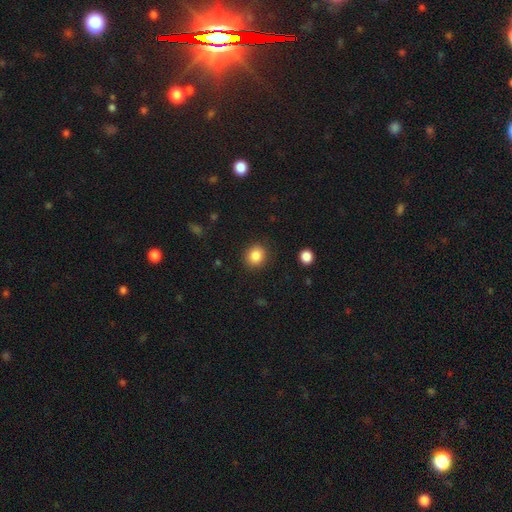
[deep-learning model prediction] Smooth or featured?
  - smooth: 86% *
  - star or artifact: 10%
  - featured or disk: 5%
How rounded?
  - round: 79% *
  - in between: 20%
  - cigar-shaped: 1%
Merging?
  - none: 89% *
  - minor disturbance: 7%
  - major disturbance: 3%
  - merger: 1%